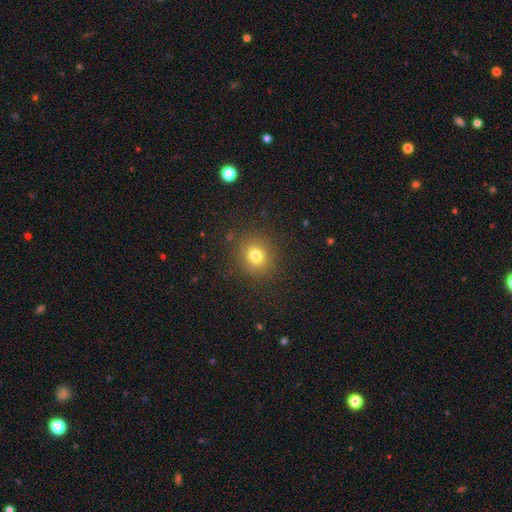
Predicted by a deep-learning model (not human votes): Morphology: type=smooth (77%); roundness=round (82%); merging=none (87%).